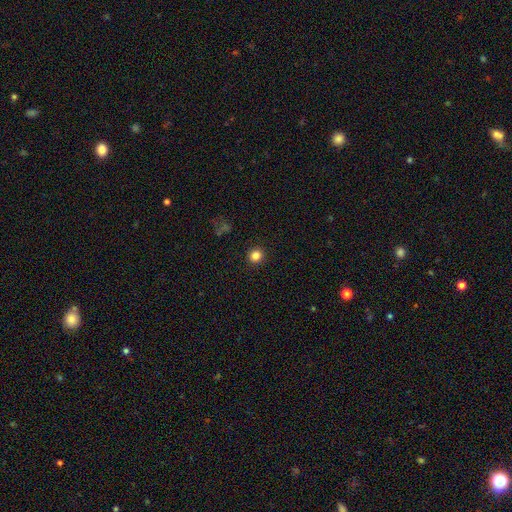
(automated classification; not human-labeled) Smooth or featured? Predicted: smooth (p=0.83). How rounded? Predicted: round (p=0.90). Merging? Predicted: none (p=0.92).